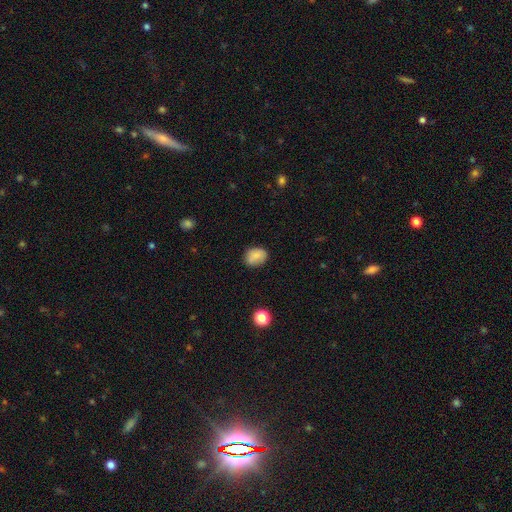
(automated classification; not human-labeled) Q: Smooth or featured?
A: smooth (83%); runner-up: star or artifact (9%)
Q: How rounded?
A: in between (60%); runner-up: round (39%)
Q: Merging?
A: none (79%); runner-up: minor disturbance (16%)